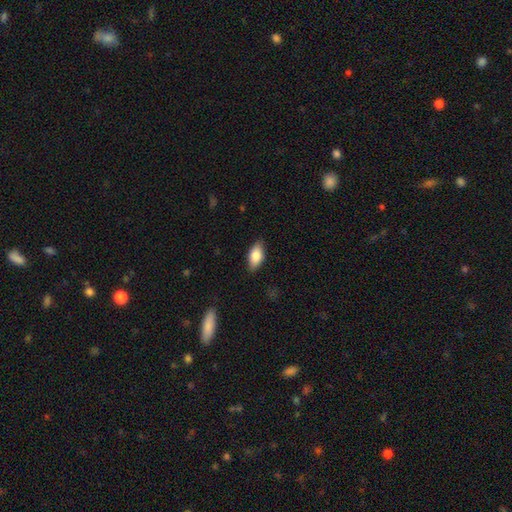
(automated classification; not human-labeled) This is clearly a smooth galaxy (80%). How rounded: clearly in between (89%). Merging: clearly none (85%).